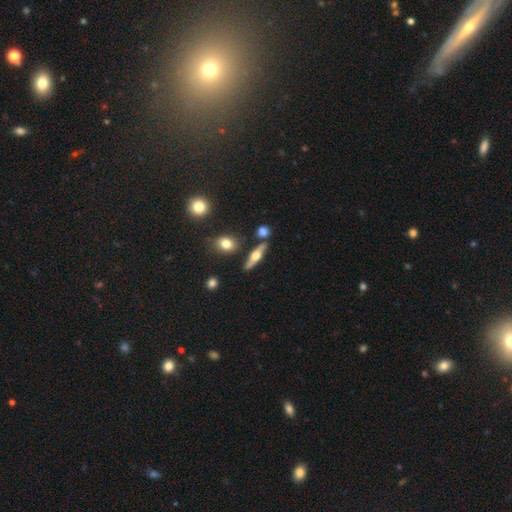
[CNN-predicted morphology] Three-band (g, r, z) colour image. It shows a featured or disk galaxy (60%) viewed edge-on (89%) with a rounded central bulge (94%). Merging: none (76%).